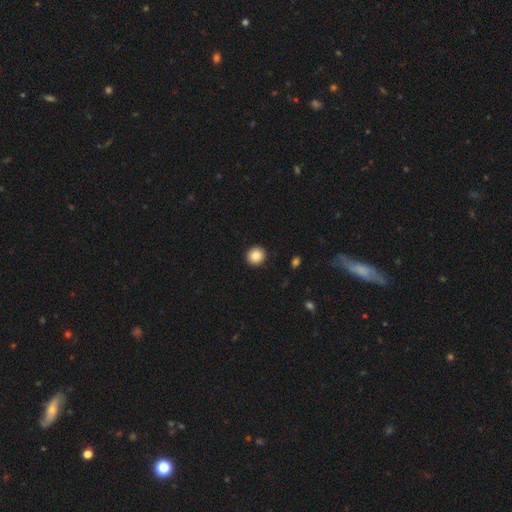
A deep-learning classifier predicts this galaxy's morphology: The model was most divided on "smooth or featured": smooth: 86%, star or artifact: 9%, featured or disk: 5%. More confident: how rounded — round (94%); merging — none (93%).